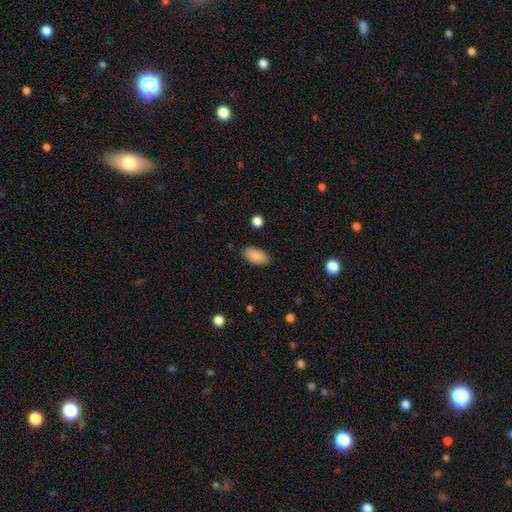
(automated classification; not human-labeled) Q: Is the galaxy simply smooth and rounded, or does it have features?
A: smooth — 88%.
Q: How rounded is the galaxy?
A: in between — 92%.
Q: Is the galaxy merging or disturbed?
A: none — 87%.